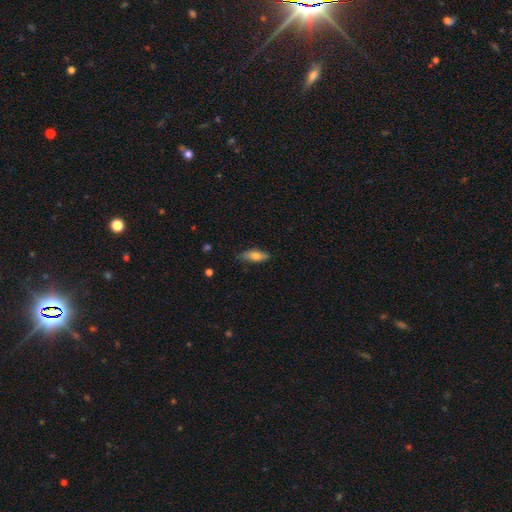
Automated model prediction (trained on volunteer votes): smooth-or-featured: smooth: 69% | featured or disk: 25% | star or artifact: 7%
  how-rounded: in between: 63% | cigar-shaped: 35% | round: 3%
  merging: none: 76% | minor disturbance: 19% | major disturbance: 3% | merger: 1%